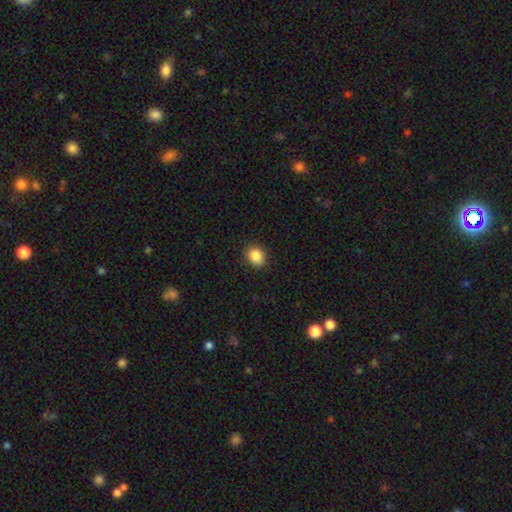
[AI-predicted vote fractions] Morphology: type=smooth (87%); roundness=round (55%); merging=none (87%).